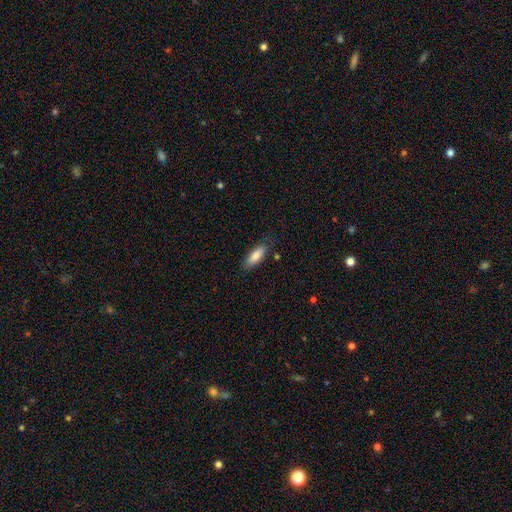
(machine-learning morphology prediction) Q: Smooth or featured?
A: smooth (84%); runner-up: featured or disk (10%)
Q: How rounded?
A: in between (63%); runner-up: cigar-shaped (36%)
Q: Merging?
A: none (82%); runner-up: minor disturbance (14%)